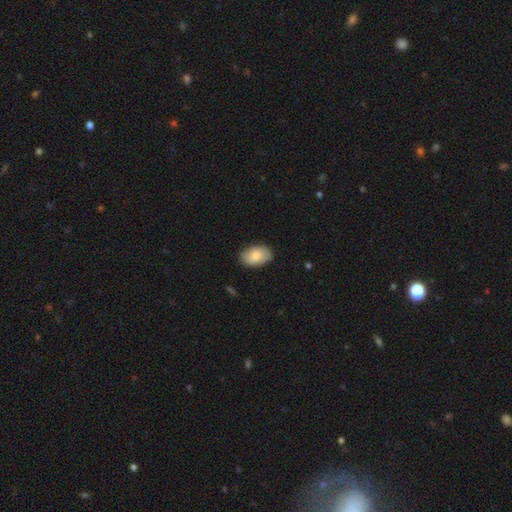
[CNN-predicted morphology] A smooth galaxy with no disk features (83%) that is in between round and cigar-shaped (92%).

Vote fractions:
- Smooth or featured? smooth: 83% / featured or disk: 11% / star or artifact: 6%
- How rounded? in between: 92% / round: 7% / cigar-shaped: 1%
- Merging? none: 82% / minor disturbance: 14% / major disturbance: 3% / merger: 1%